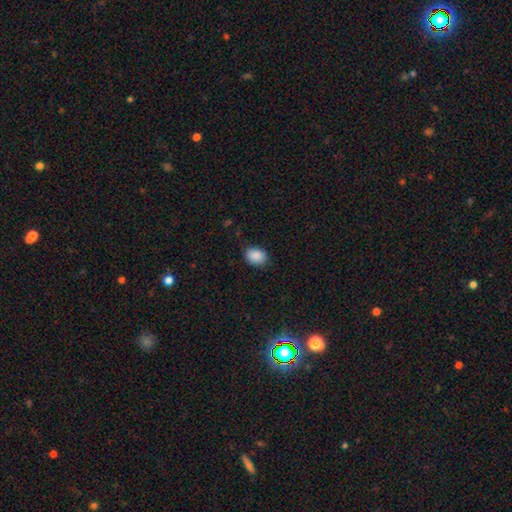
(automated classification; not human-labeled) smooth 89%, star or artifact 8%, featured or disk 3%. Down the decision tree: how rounded — in between (68%); merging — none (82%).